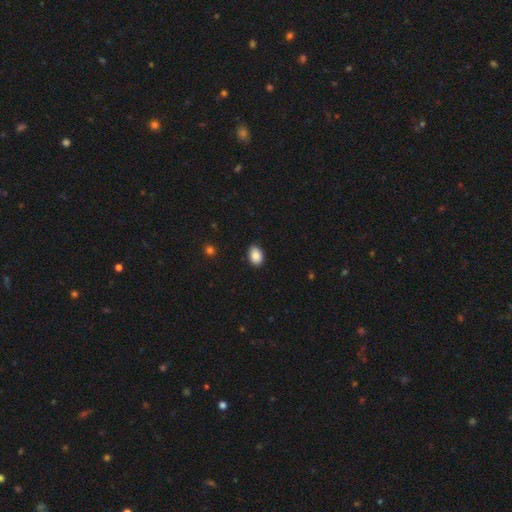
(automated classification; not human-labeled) smooth_or_featured: smooth (p=0.87) [alt: star or artifact p=0.08]
how_rounded: in between (p=0.82) [alt: round p=0.16]
merging: none (p=0.84) [alt: minor disturbance p=0.13]